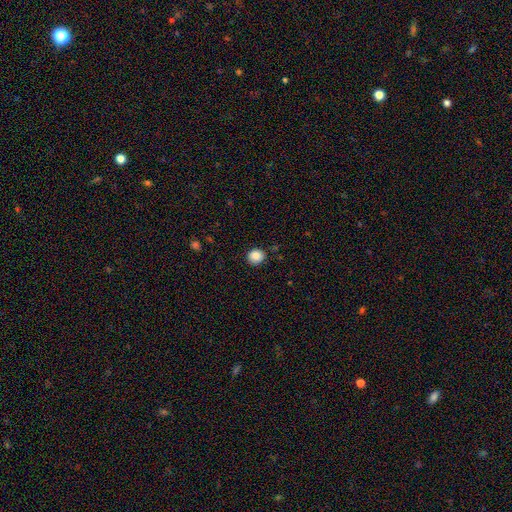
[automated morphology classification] Overall: smooth (86%). How rounded: round (80%). Merging: none (89%).